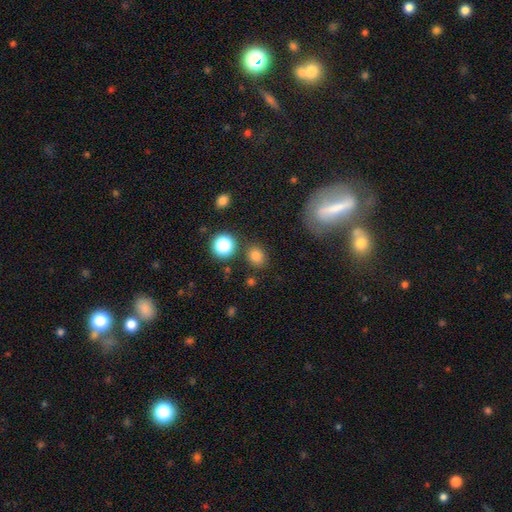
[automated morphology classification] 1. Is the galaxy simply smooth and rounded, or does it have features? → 80% smooth, 15% star or artifact, 6% featured or disk.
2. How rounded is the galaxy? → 61% round, 37% in between, 1% cigar-shaped.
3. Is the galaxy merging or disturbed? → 81% none, 10% minor disturbance, 6% merger, 4% major disturbance.